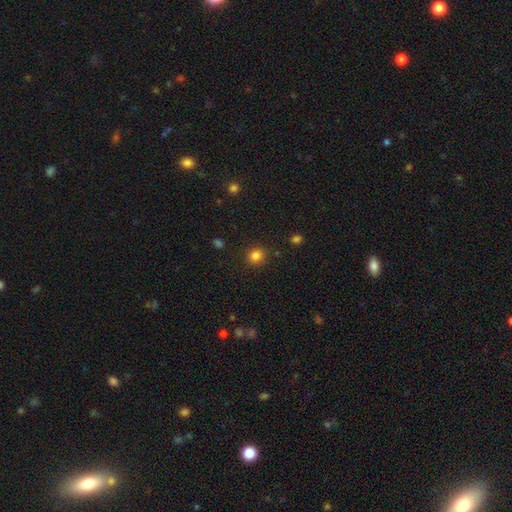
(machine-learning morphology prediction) Smooth or featured: smooth — 83% (star or artifact — 13%)
How rounded: round — 83% (in between — 16%)
Merging: none — 89% (minor disturbance — 7%)